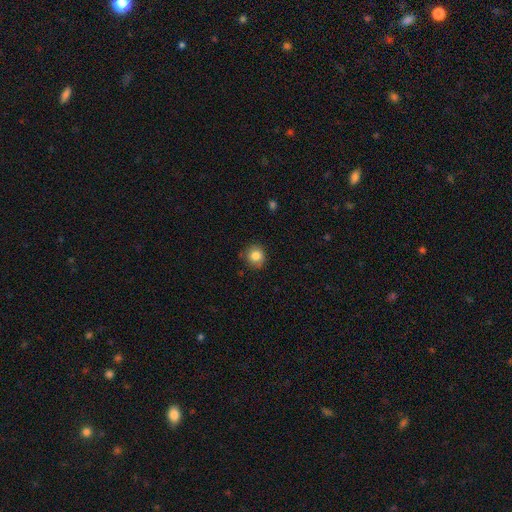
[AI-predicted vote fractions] This appears to be a smooth galaxy with no disk features (84%) that is round (88%). Merging: none (80%).